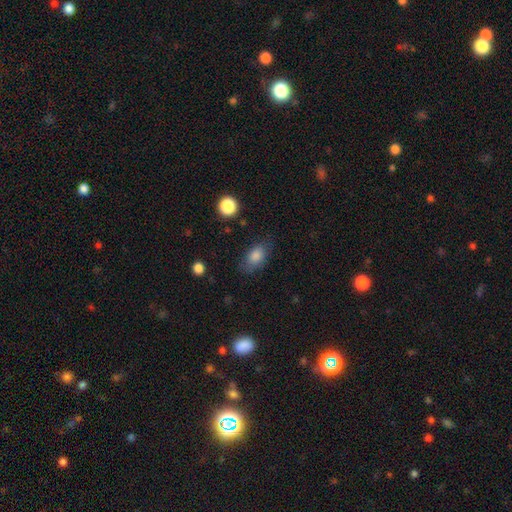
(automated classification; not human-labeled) This is clearly a smooth galaxy (82%). How rounded: clearly in between (88%). Merging: likely none (73%).